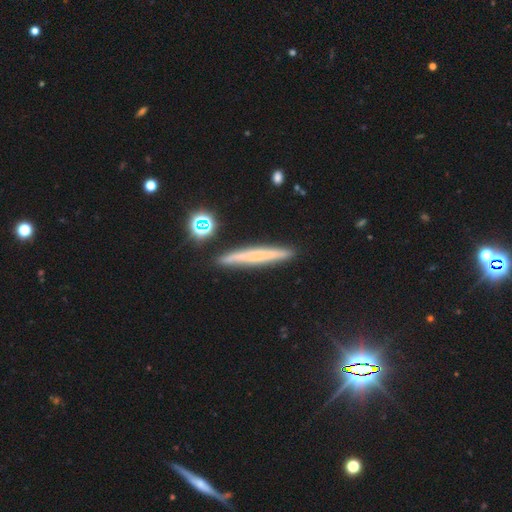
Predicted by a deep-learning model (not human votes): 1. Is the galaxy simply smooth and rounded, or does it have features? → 48% smooth, 42% featured or disk, 10% star or artifact.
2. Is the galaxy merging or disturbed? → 87% none, 9% minor disturbance, 2% merger, 2% major disturbance.